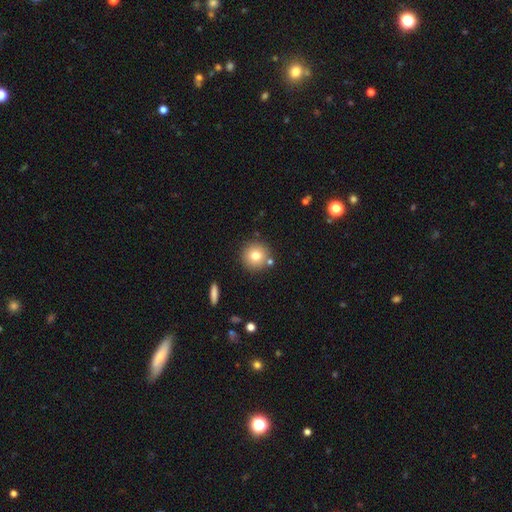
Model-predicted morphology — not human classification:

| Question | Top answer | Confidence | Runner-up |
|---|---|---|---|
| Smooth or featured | smooth | 75% | featured or disk (13%) |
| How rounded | round | 94% | in between (5%) |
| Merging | none | 82% | minor disturbance (8%) |